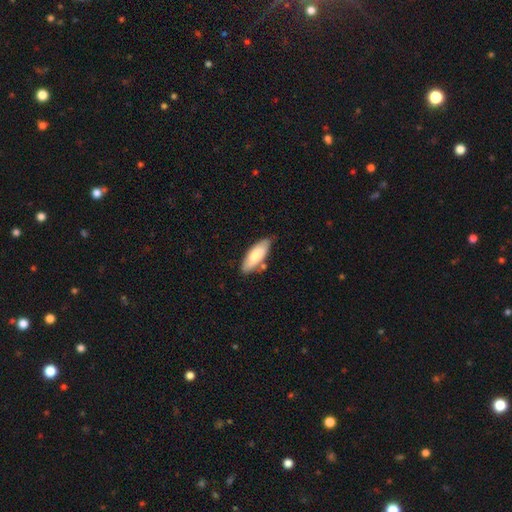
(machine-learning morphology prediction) This is likely a smooth galaxy (77%). How rounded: likely in between (69%). Merging: likely none (73%).